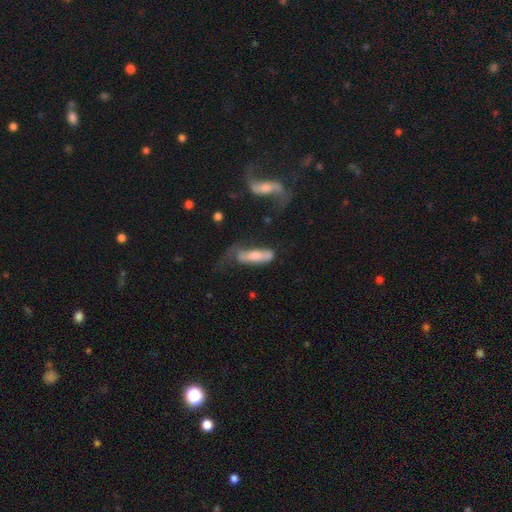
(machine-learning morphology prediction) A smooth galaxy with no disk features (55%) that is cigar-shaped (58%).

Vote fractions:
- Smooth or featured? smooth: 55% / featured or disk: 39% / star or artifact: 6%
- How rounded? cigar-shaped: 58% / in between: 40% / round: 2%
- Merging? major disturbance: 32% (tied) / none: 32% (tied) / minor disturbance: 25% / merger: 11%